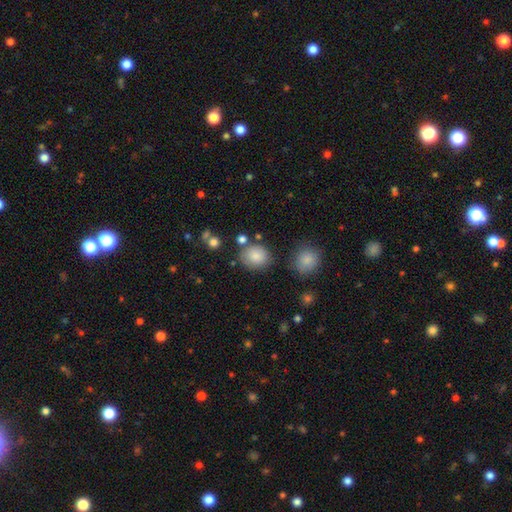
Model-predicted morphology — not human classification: type=smooth (84%); roundness=round (73%); merging=none (76%).